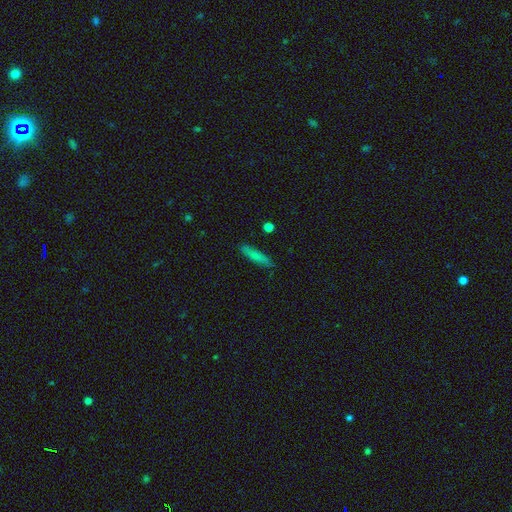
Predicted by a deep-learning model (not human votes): Smooth or featured? smooth (76%)
How rounded? cigar-shaped (84%)
Merging? none (83%)